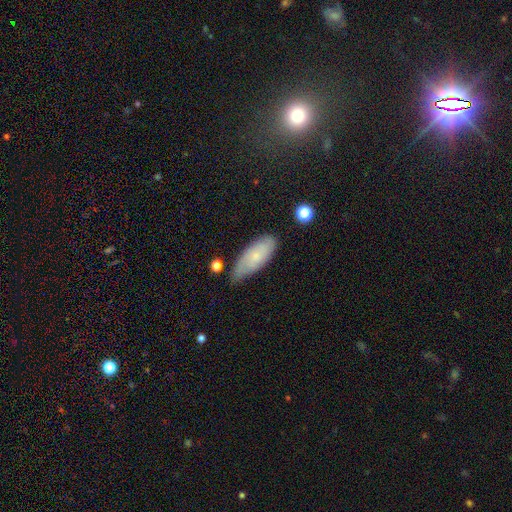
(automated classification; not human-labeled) Q: Smooth or featured?
A: smooth (70%); runner-up: featured or disk (24%)
Q: How rounded?
A: in between (79%); runner-up: cigar-shaped (19%)
Q: Merging?
A: none (59%); runner-up: minor disturbance (32%)